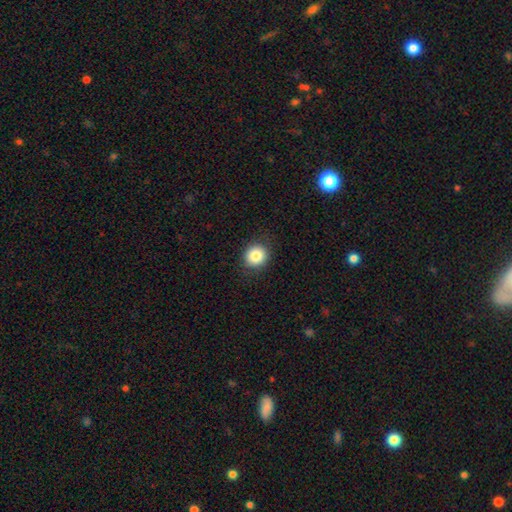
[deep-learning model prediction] The model was most divided on "how rounded": round: 85%, in between: 14%, cigar-shaped: 1%. More confident: merging — none (88%); smooth or featured — smooth (84%).